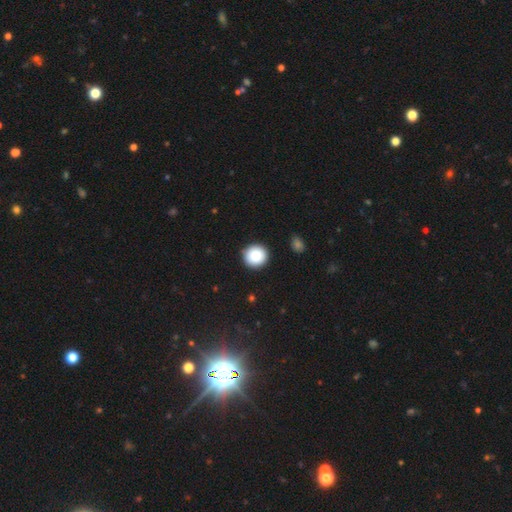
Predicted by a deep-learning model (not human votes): Q: Smooth or featured?
A: smooth (85%); runner-up: star or artifact (8%)
Q: How rounded?
A: round (94%); runner-up: in between (5%)
Q: Merging?
A: none (91%); runner-up: minor disturbance (6%)